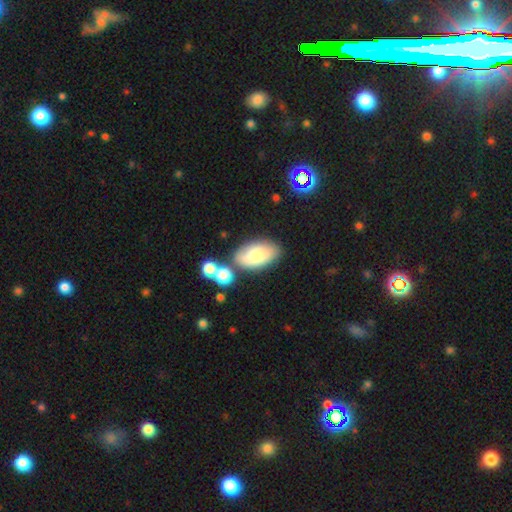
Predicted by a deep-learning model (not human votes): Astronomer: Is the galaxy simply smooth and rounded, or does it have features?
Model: smooth — 78%.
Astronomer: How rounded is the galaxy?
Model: in between — 93%.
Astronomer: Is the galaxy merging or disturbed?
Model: none — 59%.